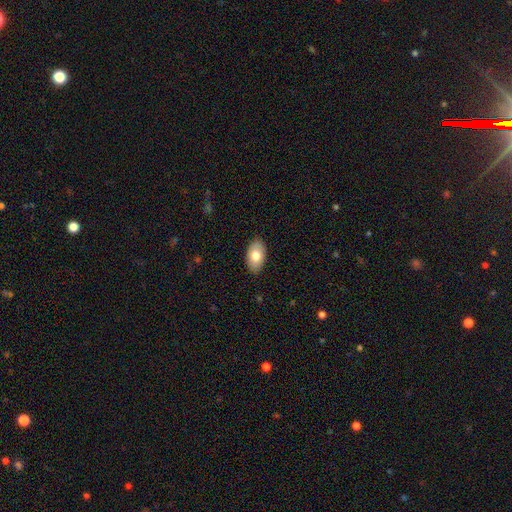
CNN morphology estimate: Overall: smooth (79%). How rounded: in between (94%). Merging: none (88%).